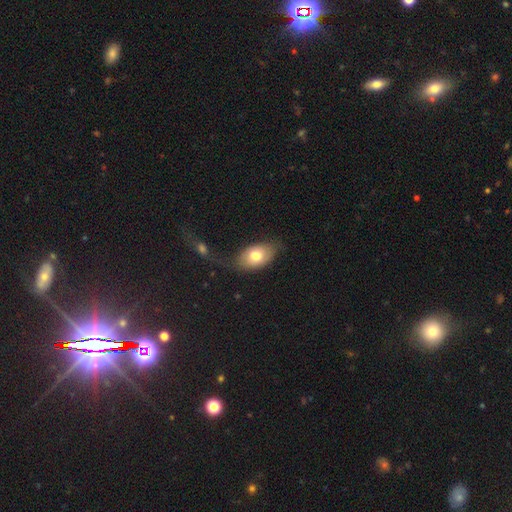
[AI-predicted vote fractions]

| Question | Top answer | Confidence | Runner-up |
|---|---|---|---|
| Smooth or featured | smooth | 74% | featured or disk (19%) |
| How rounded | in between | 87% | round (11%) |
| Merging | none | 59% | minor disturbance (22%) |